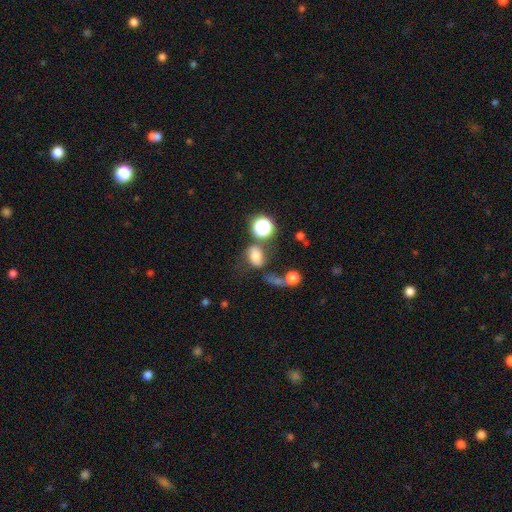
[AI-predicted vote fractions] A smooth galaxy with no disk features (61%) that is in between round and cigar-shaped (65%).

Vote fractions:
- Smooth or featured? smooth: 61% / featured or disk: 21% / star or artifact: 18%
- How rounded? in between: 65% / round: 32% / cigar-shaped: 2%
- Merging? none: 36% / merger: 24% / major disturbance: 21% / minor disturbance: 19%